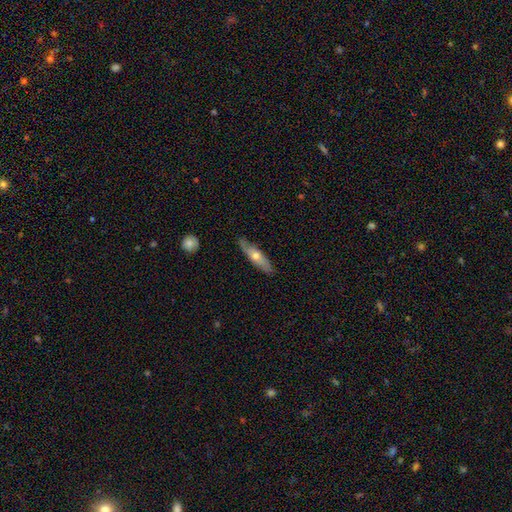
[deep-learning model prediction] This appears to be a featured or disk galaxy (50%). Merging: none (80%).